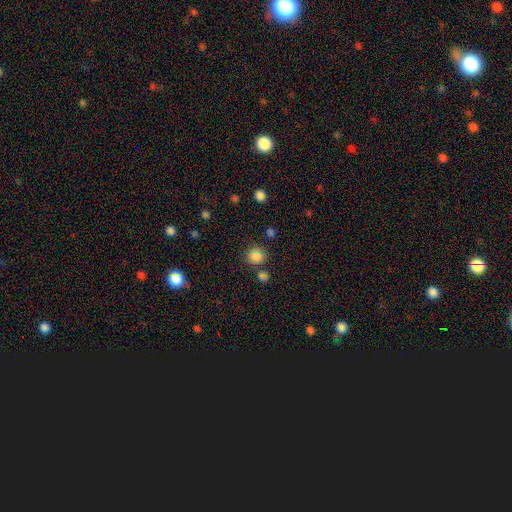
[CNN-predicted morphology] A smooth galaxy with no disk features (80%) that is round (83%). Merging: none (73%).